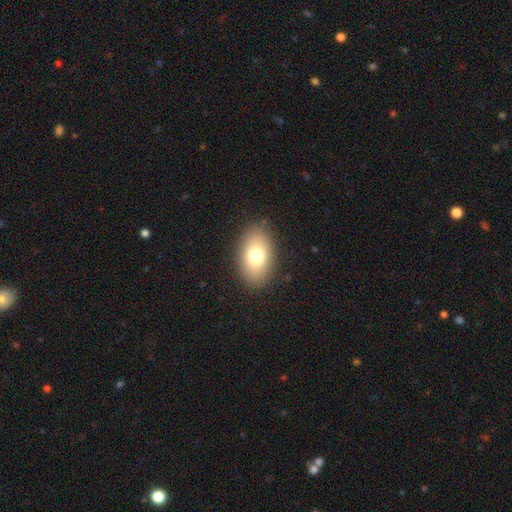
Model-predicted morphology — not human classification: smooth-or-featured: smooth: 77% | featured or disk: 14% | star or artifact: 9%
  how-rounded: in between: 89% | round: 10% | cigar-shaped: 1%
  merging: none: 86% | minor disturbance: 9% | major disturbance: 3% | merger: 1%